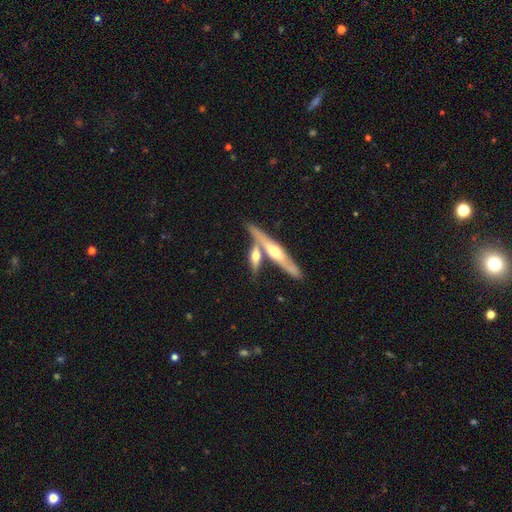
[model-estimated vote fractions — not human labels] Smooth or featured?
  - featured or disk: 55% *
  - smooth: 39%
  - star or artifact: 5%
Edge-on disk?
  - yes: 87% *
  - no: 13%
Merging?
  - none: 48% *
  - merger: 39%
  - minor disturbance: 10%
  - major disturbance: 3%